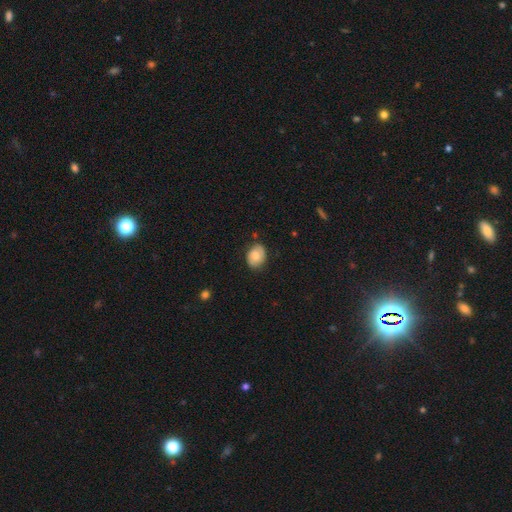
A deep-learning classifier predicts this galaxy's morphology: smooth 68%, featured or disk 24%, star or artifact 8%. Down the decision tree: how rounded — in between (69%); merging — none (77%).